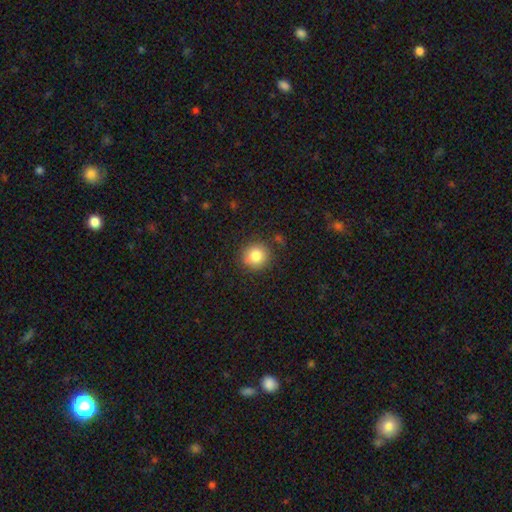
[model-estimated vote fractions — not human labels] This is clearly a smooth galaxy (83%). How rounded: clearly round (92%). Merging: clearly none (87%).